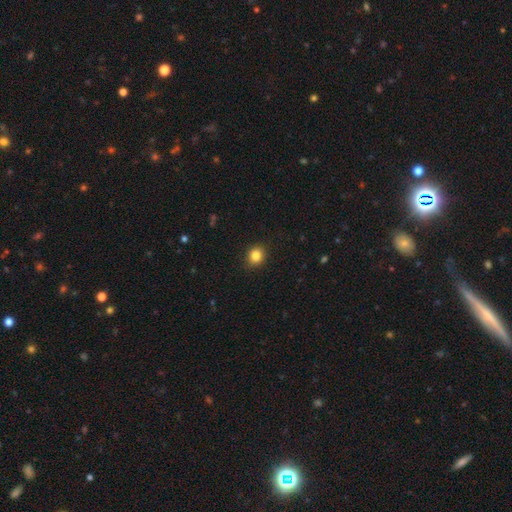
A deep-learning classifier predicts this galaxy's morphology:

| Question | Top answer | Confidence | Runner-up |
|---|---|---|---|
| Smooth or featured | smooth | 84% | star or artifact (11%) |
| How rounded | round | 79% | in between (20%) |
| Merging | none | 90% | minor disturbance (7%) |